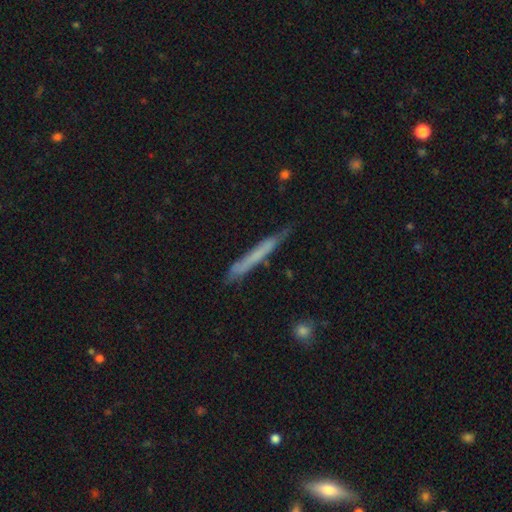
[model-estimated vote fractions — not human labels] Q: Smooth or featured?
A: smooth (54%); runner-up: featured or disk (39%)
Q: How rounded?
A: cigar-shaped (96%); runner-up: in between (2%)
Q: Merging?
A: none (73%); runner-up: minor disturbance (21%)